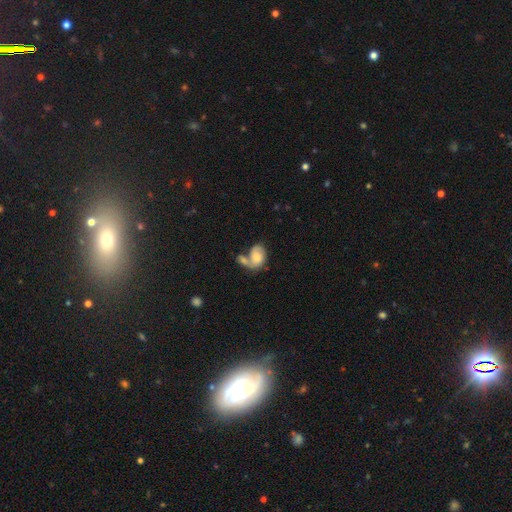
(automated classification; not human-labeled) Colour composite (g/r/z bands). It shows a smooth galaxy with no disk features (55%) that is in between round and cigar-shaped (76%). Merging: merger (51%).